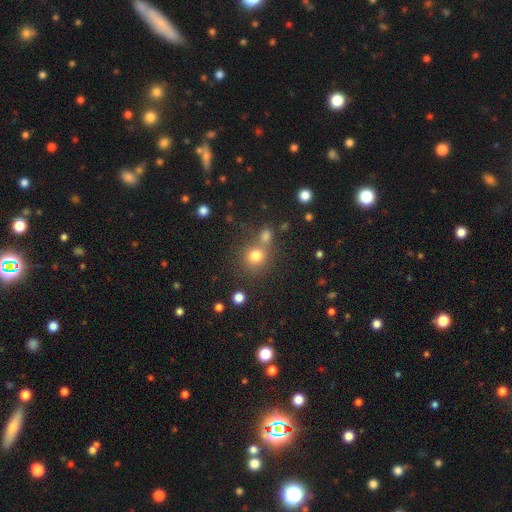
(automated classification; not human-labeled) smooth_or_featured: smooth (p=0.77) [alt: star or artifact p=0.15]
how_rounded: round (p=0.86) [alt: in between p=0.13]
merging: none (p=0.56) [alt: merger p=0.31]